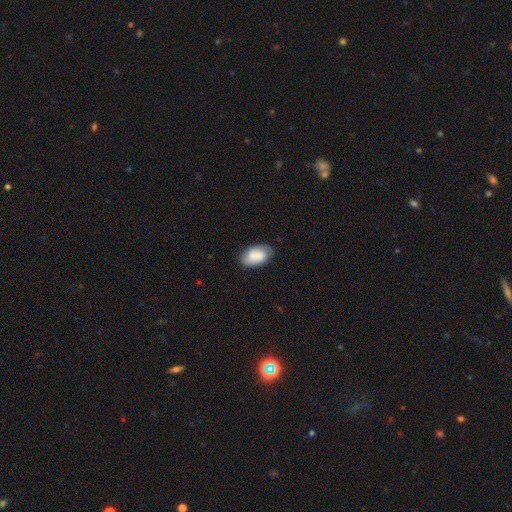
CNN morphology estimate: The model was most divided on "smooth or featured": smooth: 75%, featured or disk: 18%, star or artifact: 7%. More confident: how rounded — in between (94%); merging — none (78%).